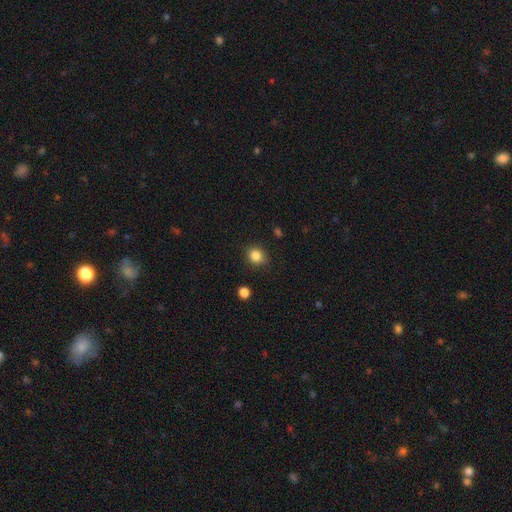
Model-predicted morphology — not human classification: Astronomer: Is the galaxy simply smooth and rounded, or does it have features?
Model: smooth — 84%.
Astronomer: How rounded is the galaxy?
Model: round — 73%.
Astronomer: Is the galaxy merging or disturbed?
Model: none — 85%.